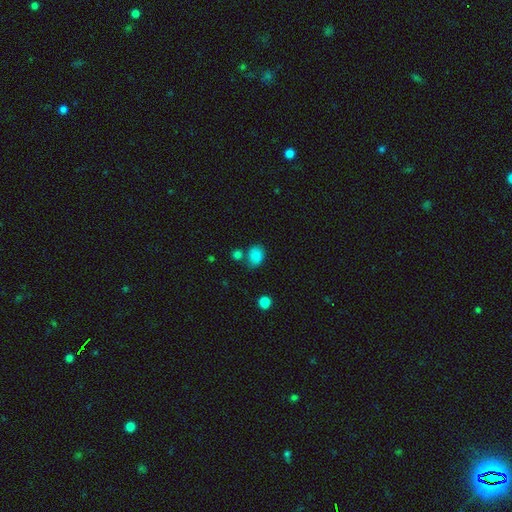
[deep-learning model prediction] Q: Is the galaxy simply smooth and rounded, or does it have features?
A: smooth — 83%.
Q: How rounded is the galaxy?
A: in between — 58%.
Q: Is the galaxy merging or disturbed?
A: none — 61%.